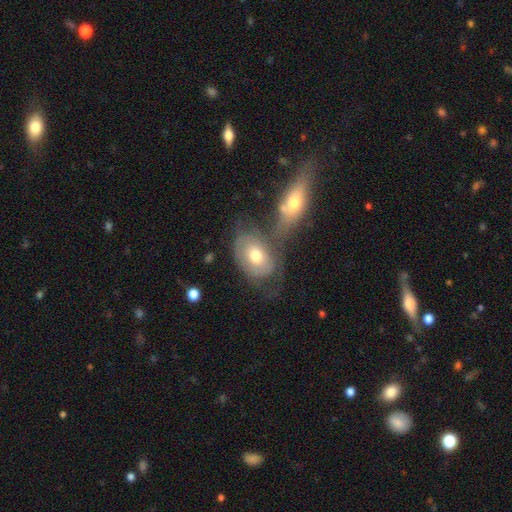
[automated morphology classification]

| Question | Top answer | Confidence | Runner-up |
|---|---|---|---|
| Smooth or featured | featured or disk | 47% | smooth (46%) |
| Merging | merger | 35% | tied: none (35%) |